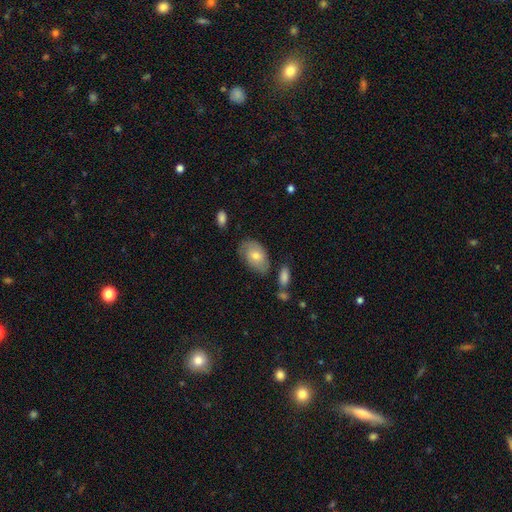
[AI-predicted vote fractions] This appears to be a smooth galaxy with no disk features (52%) that is in between round and cigar-shaped (88%). Merging: none (60%).